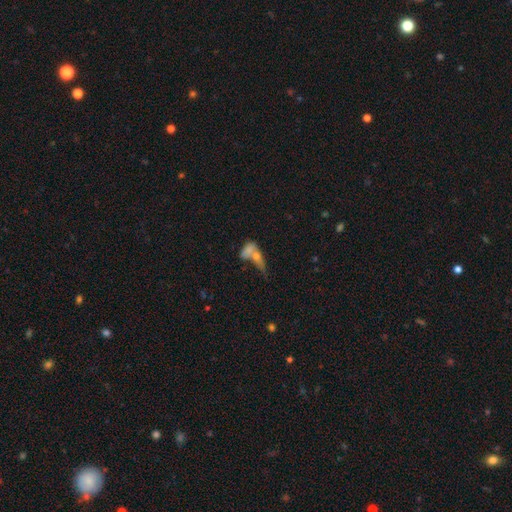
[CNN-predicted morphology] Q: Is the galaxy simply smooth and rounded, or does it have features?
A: smooth — 54%.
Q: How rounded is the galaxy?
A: in between — 59%.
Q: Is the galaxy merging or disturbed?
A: merger — 55%.